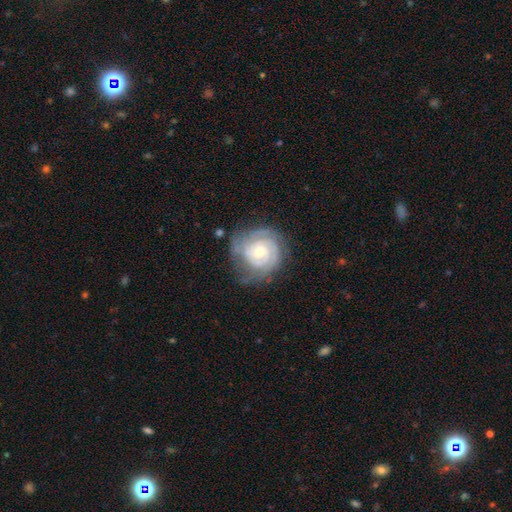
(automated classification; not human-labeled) Q: Smooth or featured?
A: featured or disk (81%); runner-up: smooth (13%)
Q: Edge-on disk?
A: no (98%); runner-up: yes (2%)
Q: Bar?
A: no (69%); runner-up: weak (27%)
Q: Spiral arms?
A: yes (94%); runner-up: no (6%)
Q: Spiral winding?
A: tight (75%); runner-up: medium (20%)
Q: Spiral arm count?
A: can't tell (32%); runner-up: 2 (31%)
Q: Bulge size?
A: moderate (47%); runner-up: small (46%)
Q: Merging?
A: none (68%); runner-up: minor disturbance (21%)